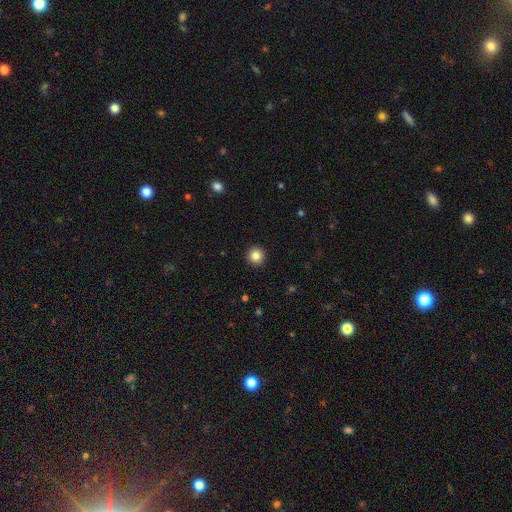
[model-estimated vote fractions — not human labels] smooth 84%, star or artifact 11%, featured or disk 5%. Down the decision tree: how rounded — round (95%); merging — none (93%).